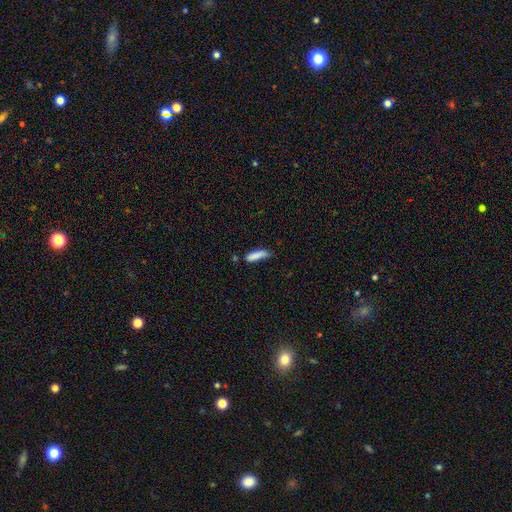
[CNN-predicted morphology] smooth 84%, featured or disk 8%, star or artifact 8%. Down the decision tree: how rounded — cigar-shaped (75%); merging — none (61%).